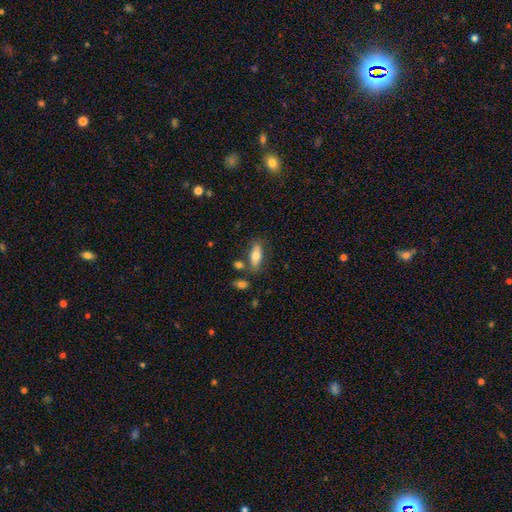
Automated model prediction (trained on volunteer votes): This appears to be a smooth galaxy with no disk features (70%) that is in between round and cigar-shaped (76%). Merging: none (71%).